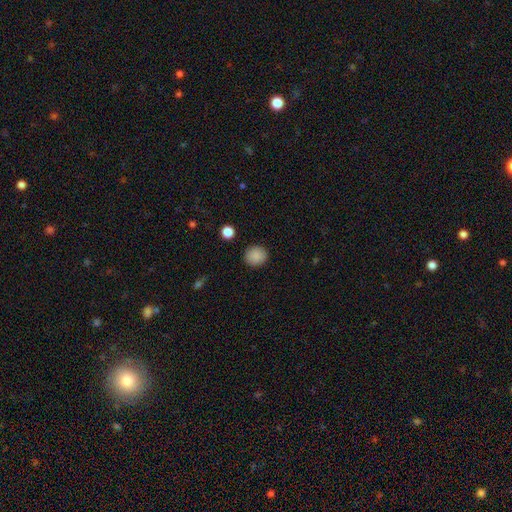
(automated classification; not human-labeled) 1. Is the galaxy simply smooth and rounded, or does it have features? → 88% smooth, 9% star or artifact, 3% featured or disk.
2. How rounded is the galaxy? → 84% round, 15% in between, 1% cigar-shaped.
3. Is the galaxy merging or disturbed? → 90% none, 6% minor disturbance, 2% major disturbance, 1% merger.